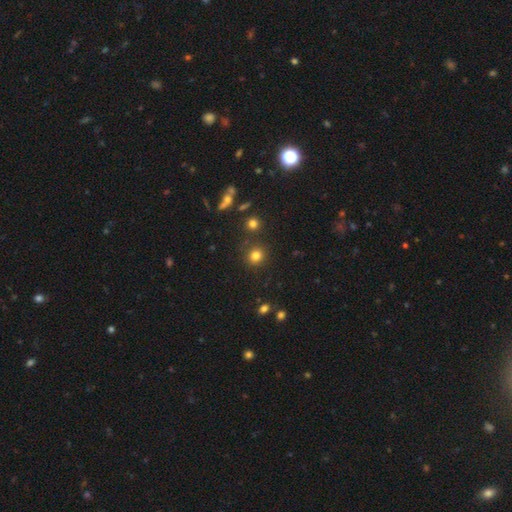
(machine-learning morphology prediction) A smooth galaxy with no disk features (80%) that is round (87%). Merging: none (85%).